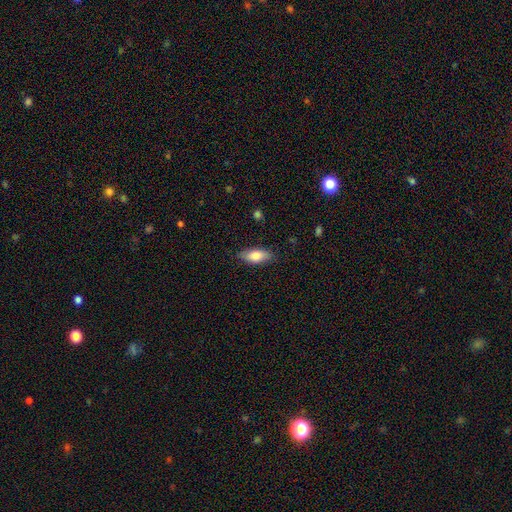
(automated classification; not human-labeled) The model was most divided on "smooth or featured": smooth: 78%, featured or disk: 16%, star or artifact: 6%. More confident: merging — none (83%); how rounded — in between (81%).